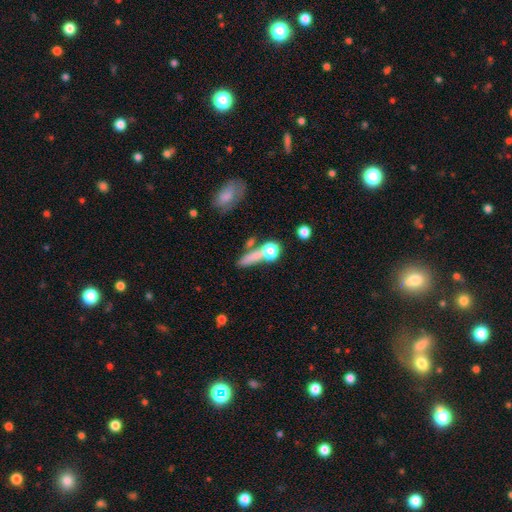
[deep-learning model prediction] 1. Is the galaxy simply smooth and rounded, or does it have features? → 68% smooth, 17% featured or disk, 15% star or artifact.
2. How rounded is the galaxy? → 47% cigar-shaped, 27% in between, 27% round.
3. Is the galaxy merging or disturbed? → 51% none, 27% merger, 13% minor disturbance, 9% major disturbance.